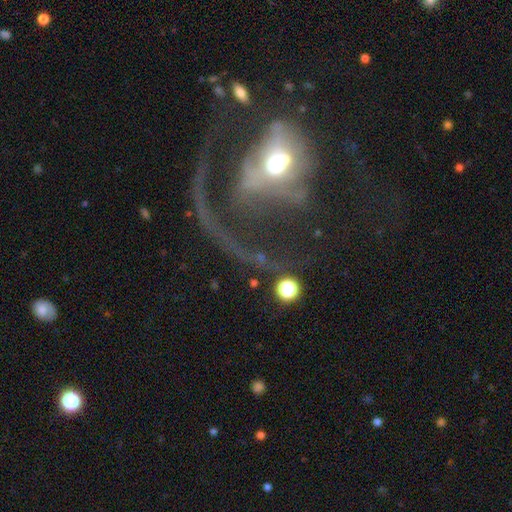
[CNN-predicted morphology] Q: Smooth or featured?
A: featured or disk (64%); runner-up: smooth (23%)
Q: Edge-on disk?
A: no (95%); runner-up: yes (5%)
Q: Bar?
A: no (59%); runner-up: weak (25%)
Q: Spiral arms?
A: yes (55%); runner-up: no (45%)
Q: Bulge size?
A: moderate (64%); runner-up: small (18%)
Q: Merging?
A: major disturbance (59%); runner-up: none (21%)